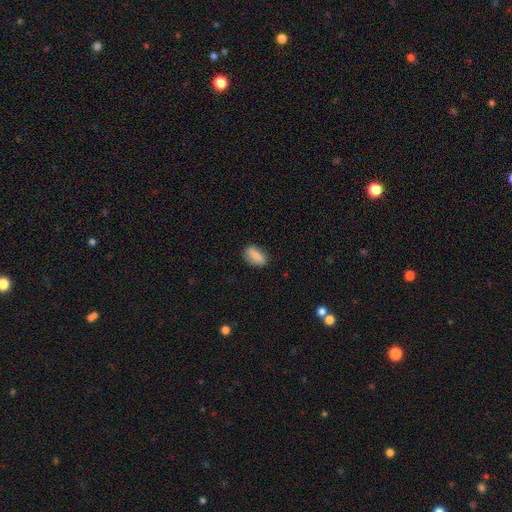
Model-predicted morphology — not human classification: Q: Smooth or featured?
A: smooth (81%); runner-up: featured or disk (12%)
Q: How rounded?
A: in between (83%); runner-up: cigar-shaped (10%)
Q: Merging?
A: none (80%); runner-up: minor disturbance (15%)